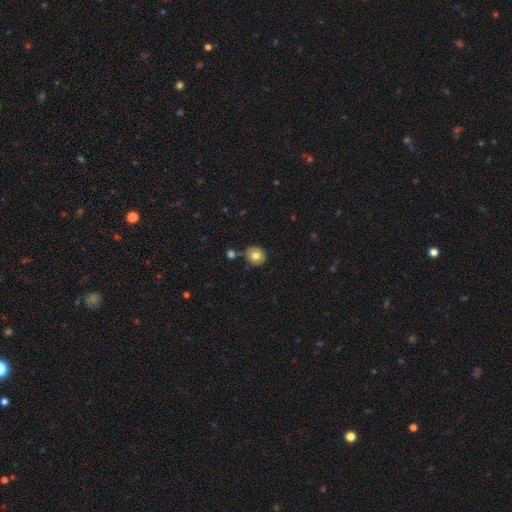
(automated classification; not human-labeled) Morphology: type=smooth (71%); roundness=round (83%); merging=none (80%).